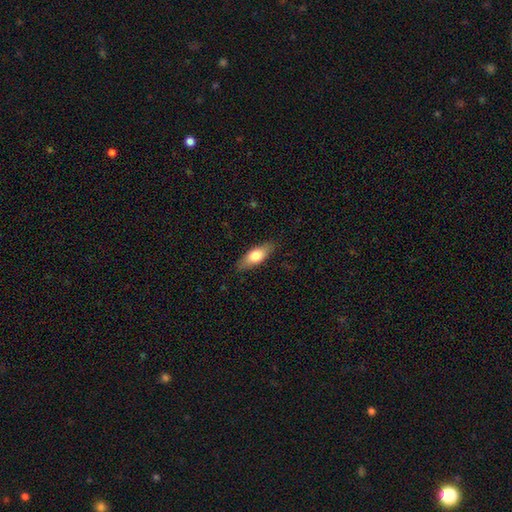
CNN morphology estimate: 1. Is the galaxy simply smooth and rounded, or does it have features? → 70% smooth, 24% featured or disk, 6% star or artifact.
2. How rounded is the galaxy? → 72% in between, 24% cigar-shaped, 3% round.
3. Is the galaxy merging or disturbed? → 85% none, 12% minor disturbance, 3% major disturbance, 1% merger.